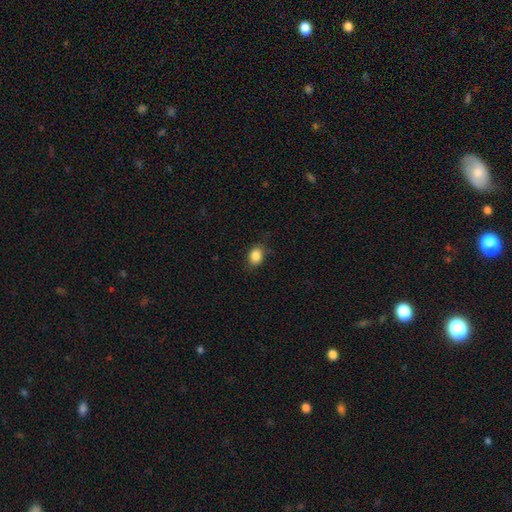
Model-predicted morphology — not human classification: smooth 86%, star or artifact 9%, featured or disk 4%. Down the decision tree: how rounded — in between (61%); merging — none (80%).